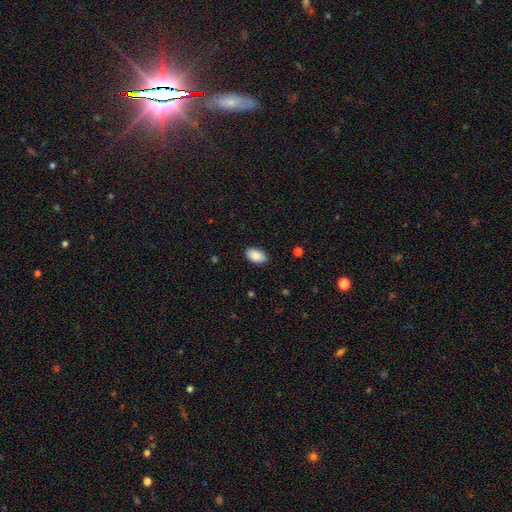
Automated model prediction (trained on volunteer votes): Morphology: type=smooth (89%); roundness=in between (94%); merging=none (88%).